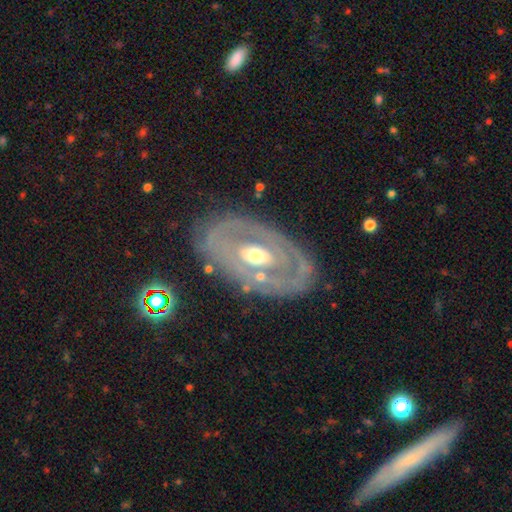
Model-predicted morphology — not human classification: Smooth or featured?
  - featured or disk: 76% *
  - smooth: 18%
  - star or artifact: 5%
Edge-on disk?
  - no: 93% *
  - yes: 7%
Bar?
  - no: 67% *
  - weak: 21%
  - strong: 11%
Spiral arms?
  - no: 57% *
  - yes: 43%
Bulge size?
  - moderate: 68% *
  - small: 22%
  - large: 8%
  - dominant: 1%
  - none: 1%
Merging?
  - none: 75% *
  - minor disturbance: 15%
  - major disturbance: 7%
  - merger: 3%